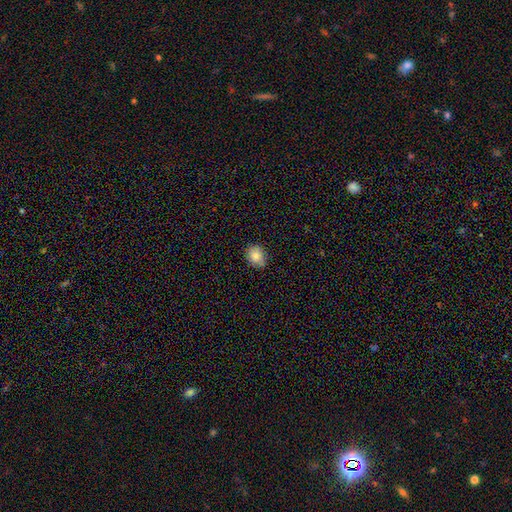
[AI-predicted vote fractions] smooth-or-featured: smooth: 83% | star or artifact: 9% | featured or disk: 8%
  how-rounded: round: 55% | in between: 44% | cigar-shaped: 1%
  merging: none: 85% | minor disturbance: 12% | major disturbance: 2% | merger: 1%